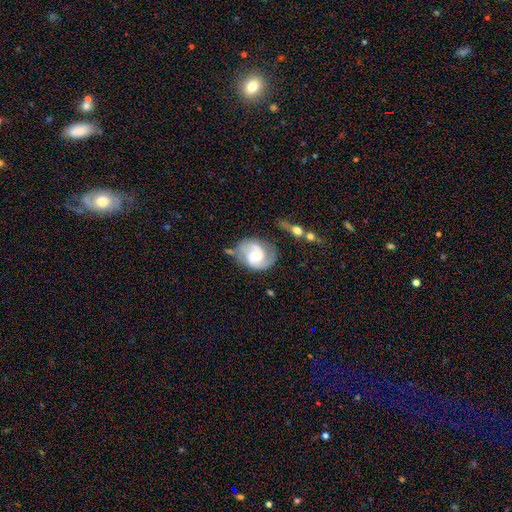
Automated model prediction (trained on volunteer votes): Smooth or featured? Predicted: featured or disk (p=0.83). Edge-on disk? Predicted: no (p=0.98). Bar? Predicted: weak (p=0.45, tied with no). Spiral arms? Predicted: yes (p=0.96). Spiral winding? Predicted: medium (p=0.53). Spiral arm count? Predicted: 2 (p=0.90). Bulge size? Predicted: moderate (p=0.58). Merging? Predicted: none (p=0.61).